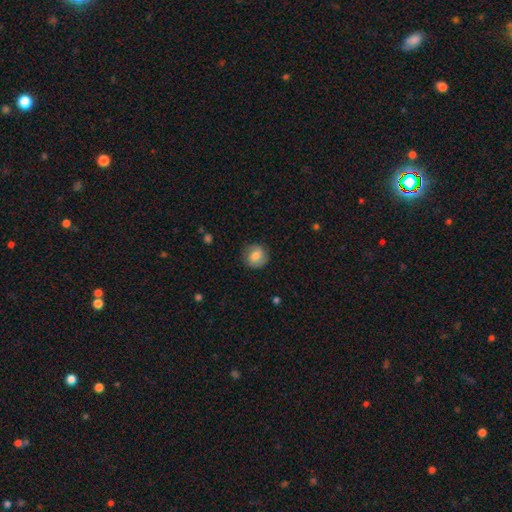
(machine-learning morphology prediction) A smooth galaxy with no disk features (72%) that is round (87%). Merging: none (82%).